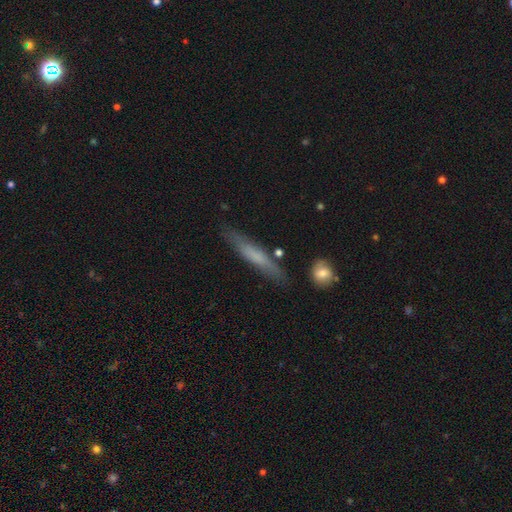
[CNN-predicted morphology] smooth-or-featured: smooth: 56% | featured or disk: 37% | star or artifact: 7%
  how-rounded: cigar-shaped: 91% | in between: 8% | round: 2%
  merging: none: 80% | minor disturbance: 14% | merger: 3% | major disturbance: 3%